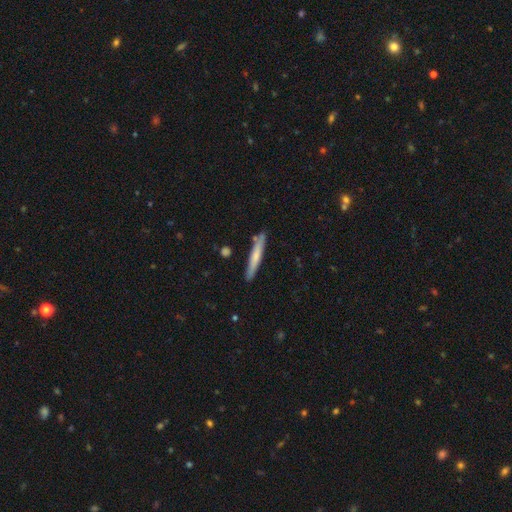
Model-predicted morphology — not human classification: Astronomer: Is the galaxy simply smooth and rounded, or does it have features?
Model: smooth — 62%.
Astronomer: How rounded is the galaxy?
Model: cigar-shaped — 95%.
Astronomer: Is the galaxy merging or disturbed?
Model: none — 85%.